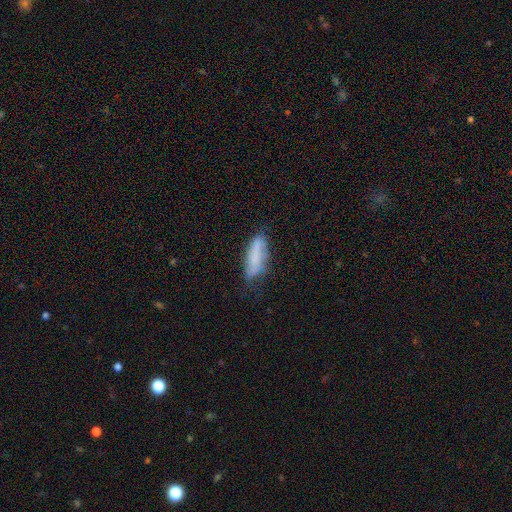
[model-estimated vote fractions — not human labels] A smooth galaxy with no disk features (72%) that is cigar-shaped (50%).

Vote fractions:
- Smooth or featured? smooth: 72% / featured or disk: 21% / star or artifact: 8%
- How rounded? cigar-shaped: 50% / in between: 48% / round: 2%
- Merging? none: 59% / minor disturbance: 29% / major disturbance: 9% / merger: 3%